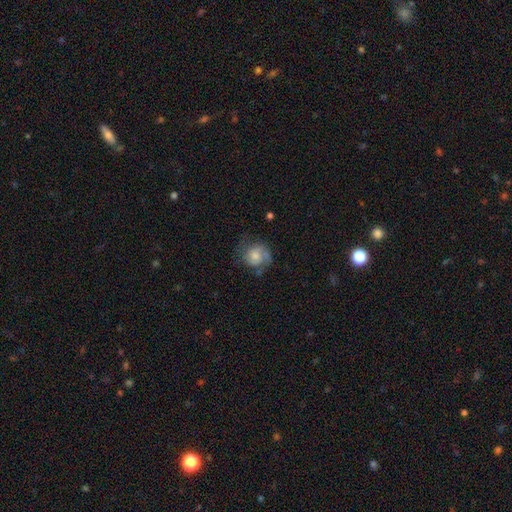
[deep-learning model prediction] smooth-or-featured: smooth: 48% | featured or disk: 45% | star or artifact: 8%
  merging: none: 52% | minor disturbance: 27% | major disturbance: 19% | merger: 2%